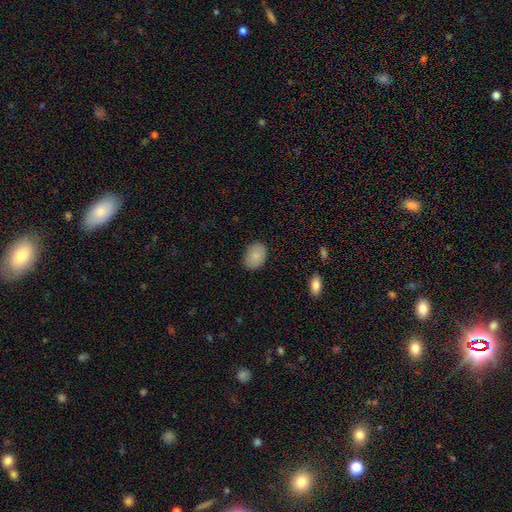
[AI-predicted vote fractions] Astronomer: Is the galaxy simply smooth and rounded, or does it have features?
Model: smooth — 86%.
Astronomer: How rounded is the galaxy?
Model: in between — 75%.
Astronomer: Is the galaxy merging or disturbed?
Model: none — 87%.